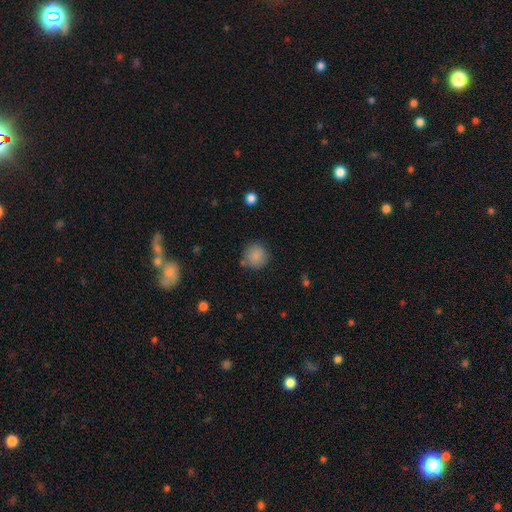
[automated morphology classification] Smooth or featured?
  - smooth: 86% *
  - star or artifact: 9%
  - featured or disk: 5%
How rounded?
  - round: 92% *
  - in between: 7%
  - cigar-shaped: 1%
Merging?
  - none: 80% *
  - minor disturbance: 12%
  - merger: 5%
  - major disturbance: 3%